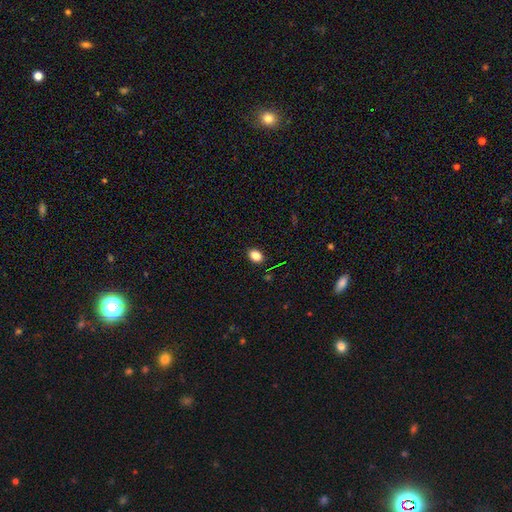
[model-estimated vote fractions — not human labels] smooth_or_featured: smooth (p=0.83) [alt: star or artifact p=0.11]
how_rounded: in between (p=0.75) [alt: round p=0.24]
merging: none (p=0.89) [alt: minor disturbance p=0.08]